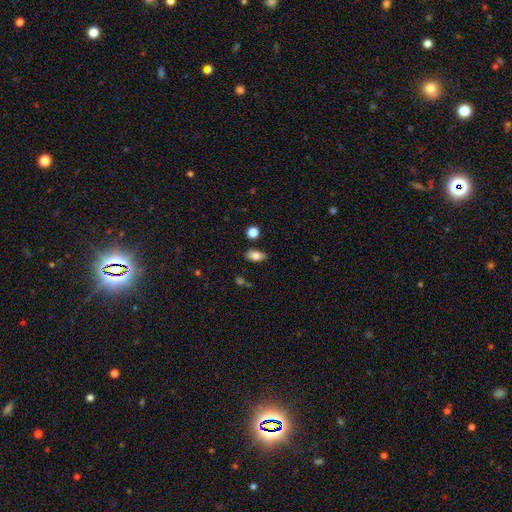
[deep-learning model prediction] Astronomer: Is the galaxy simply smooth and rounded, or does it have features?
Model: smooth — 83%.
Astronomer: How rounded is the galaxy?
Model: in between — 88%.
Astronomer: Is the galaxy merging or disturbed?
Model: none — 82%.